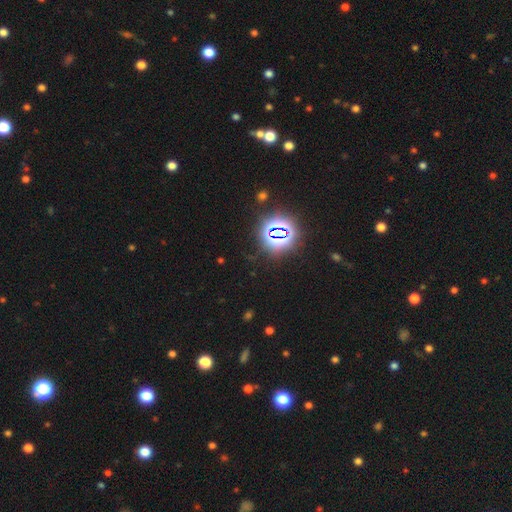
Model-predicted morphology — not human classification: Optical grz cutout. It shows a star or artifact, not a galaxy (79%).